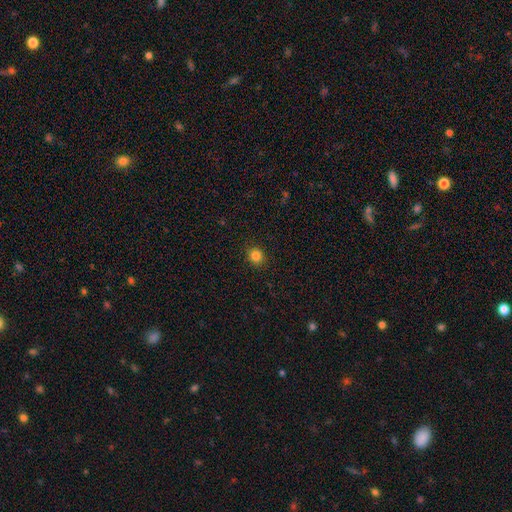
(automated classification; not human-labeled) smooth-or-featured: smooth: 83% | star or artifact: 12% | featured or disk: 4%
  how-rounded: round: 81% | in between: 18% | cigar-shaped: 1%
  merging: none: 90% | minor disturbance: 7% | major disturbance: 2% | merger: 1%